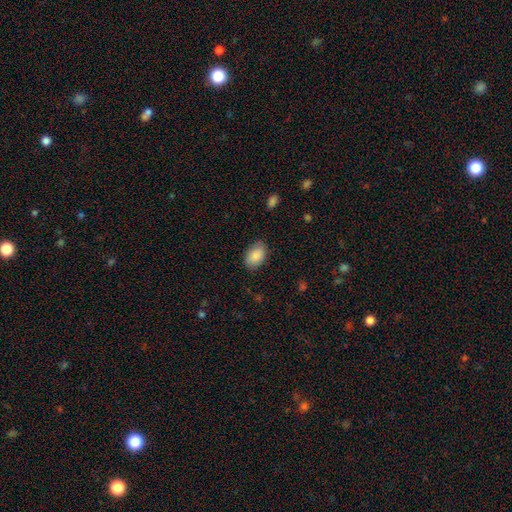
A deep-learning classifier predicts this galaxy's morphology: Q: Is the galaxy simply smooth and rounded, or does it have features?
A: smooth — 89%.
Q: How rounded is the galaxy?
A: in between — 91%.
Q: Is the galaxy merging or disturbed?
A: none — 83%.